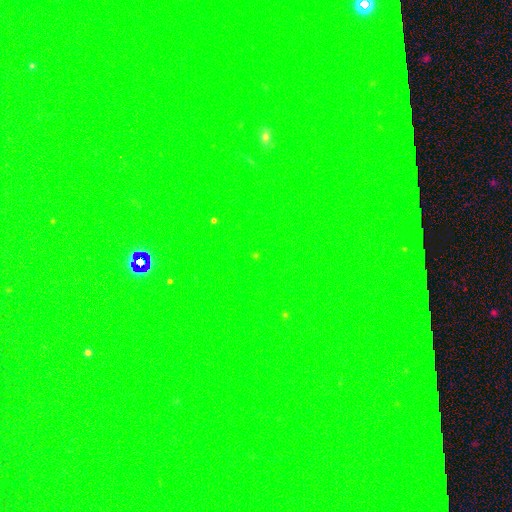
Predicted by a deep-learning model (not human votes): This appears to be a star or artifact, not a galaxy (80%).